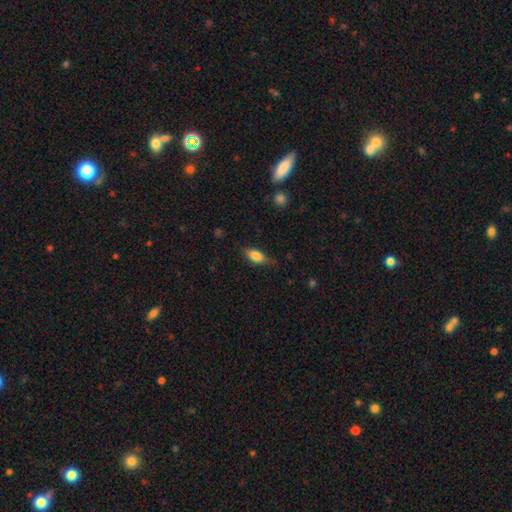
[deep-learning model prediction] smooth 80%, featured or disk 12%, star or artifact 7%. Down the decision tree: how rounded — in between (85%); merging — none (74%).